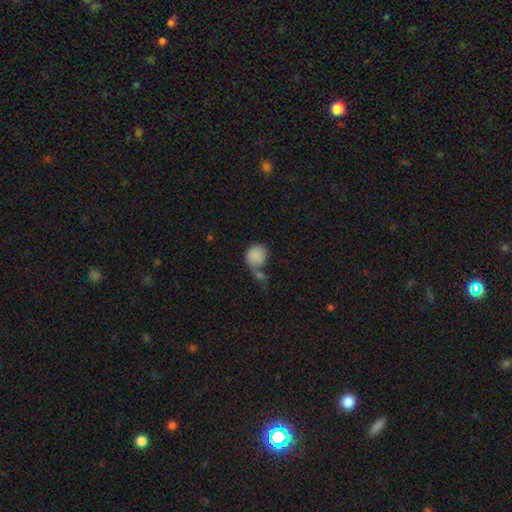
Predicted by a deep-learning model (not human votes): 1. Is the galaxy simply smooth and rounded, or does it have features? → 86% smooth, 8% star or artifact, 7% featured or disk.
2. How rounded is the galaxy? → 79% round, 20% in between, 1% cigar-shaped.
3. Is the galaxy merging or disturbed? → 39% merger, 35% none, 15% minor disturbance, 10% major disturbance.